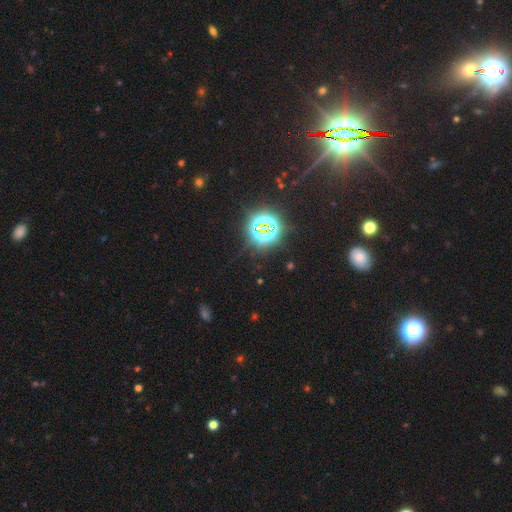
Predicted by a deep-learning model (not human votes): The model was most divided on "smooth or featured": star or artifact: 82%, smooth: 11%, featured or disk: 7%.